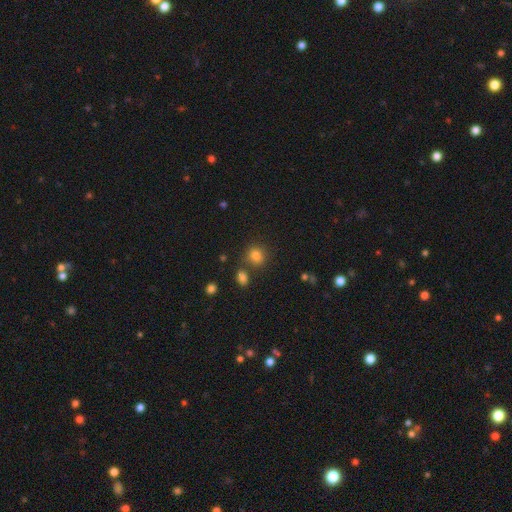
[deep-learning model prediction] Smooth or featured: smooth — 81% (star or artifact — 13%)
How rounded: round — 79% (in between — 20%)
Merging: none — 76% (merger — 11%)